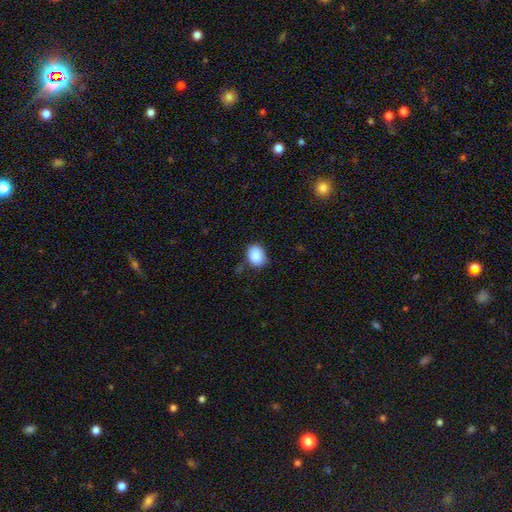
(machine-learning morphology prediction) This appears to be a smooth galaxy with no disk features (88%) that is in between round and cigar-shaped (60%). Merging: none (78%).